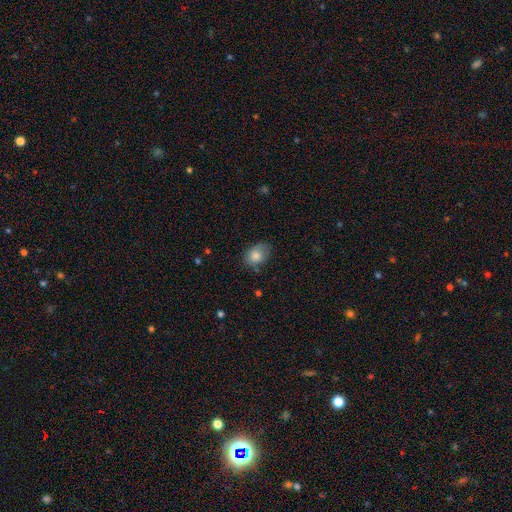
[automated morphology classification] A smooth galaxy with no disk features (79%) that is in between round and cigar-shaped (73%). Merging: none (66%).